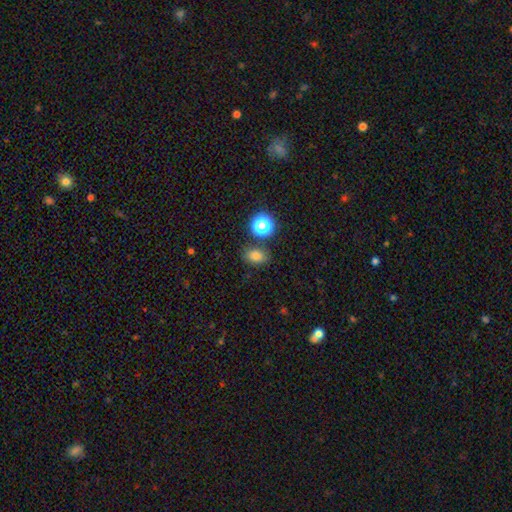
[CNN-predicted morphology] The model was most divided on "how rounded": in between: 67%, round: 31%, cigar-shaped: 1%. More confident: merging — none (79%); smooth or featured — smooth (78%).